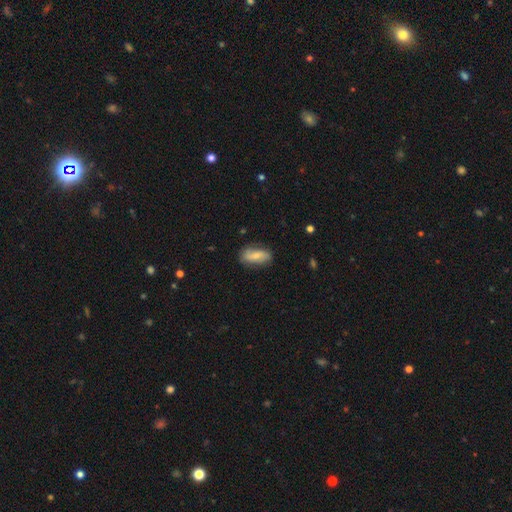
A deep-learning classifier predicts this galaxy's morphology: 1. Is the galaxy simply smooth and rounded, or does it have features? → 59% smooth, 34% featured or disk, 7% star or artifact.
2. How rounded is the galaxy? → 80% in between, 16% cigar-shaped, 4% round.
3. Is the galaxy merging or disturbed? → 75% none, 19% minor disturbance, 5% major disturbance, 2% merger.